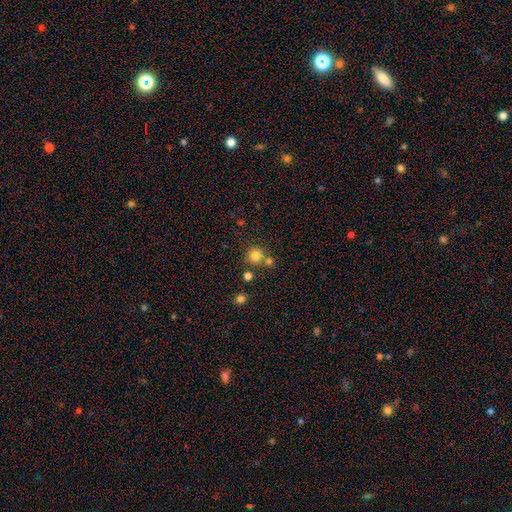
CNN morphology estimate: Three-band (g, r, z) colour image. It shows a smooth galaxy with no disk features (80%) that is round (92%). Merging: none (69%).